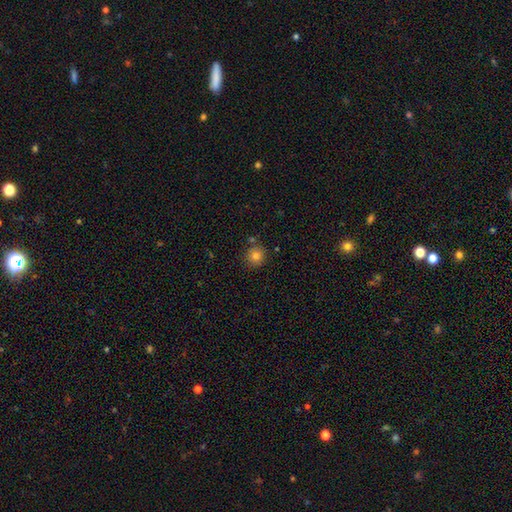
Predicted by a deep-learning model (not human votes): This is clearly a smooth galaxy (80%). How rounded: clearly round (89%). Merging: clearly none (81%).